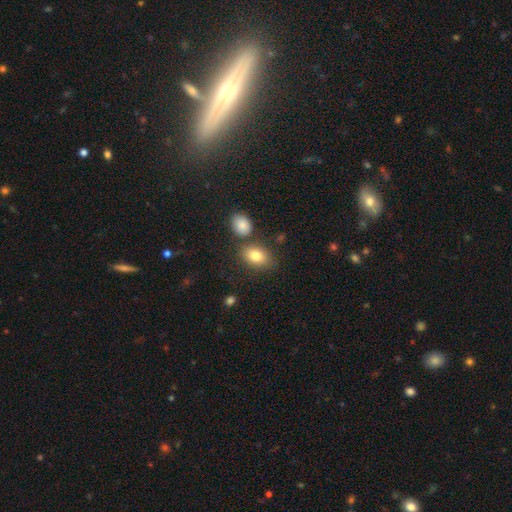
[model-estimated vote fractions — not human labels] The model was most divided on "merging": none: 69%, merger: 14%, minor disturbance: 13%, major disturbance: 4%. More confident: smooth or featured — smooth (81%); how rounded — in between (80%).